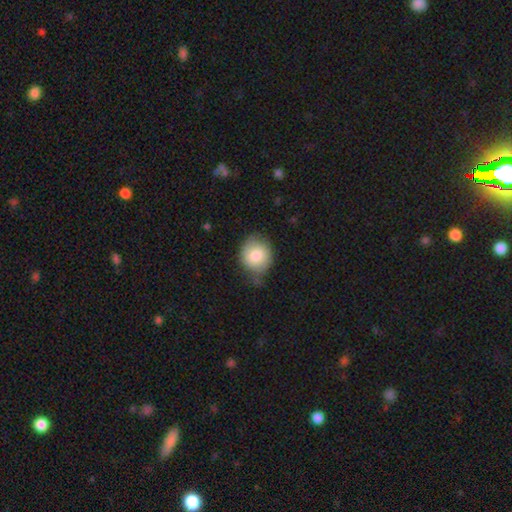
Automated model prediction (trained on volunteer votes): A smooth galaxy with no disk features (81%) that is round (77%).

Vote fractions:
- Smooth or featured? smooth: 81% / featured or disk: 12% / star or artifact: 7%
- How rounded? round: 77% / in between: 22% / cigar-shaped: 1%
- Merging? none: 54% / minor disturbance: 35% / major disturbance: 8% / merger: 3%